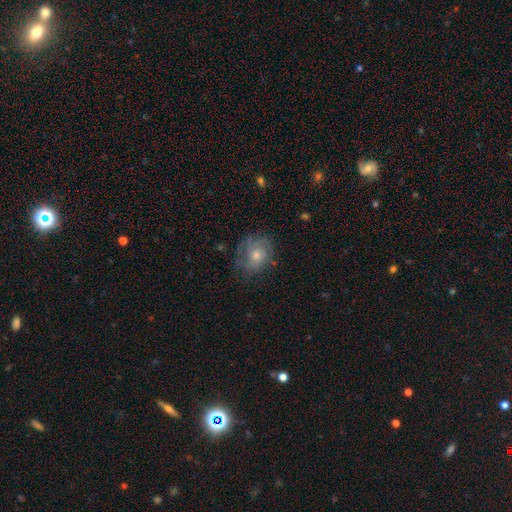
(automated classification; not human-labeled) featured or disk 53%, smooth 36%, star or artifact 12%. Down the decision tree: edge-on disk — no (96%); bar — no (84%); spiral arms — yes (71%); bulge size — moderate (56%); merging — none (66%).